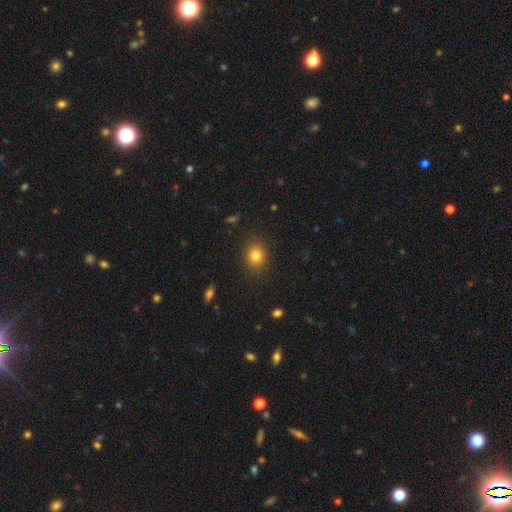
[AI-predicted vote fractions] smooth 81%, star or artifact 12%, featured or disk 7%. Down the decision tree: how rounded — round (61%); merging — none (87%).